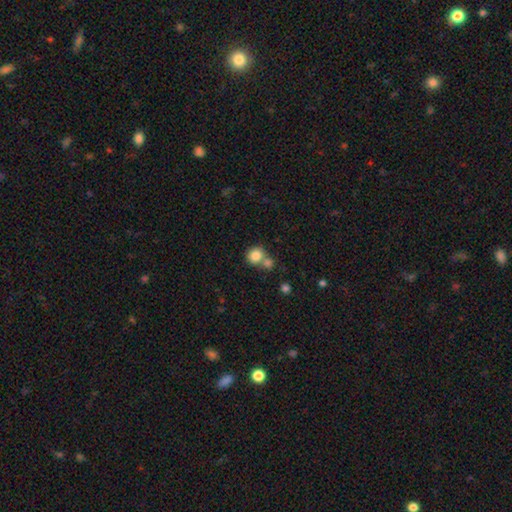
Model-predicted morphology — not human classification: A smooth galaxy with no disk features (82%) that is round (83%).

Vote fractions:
- Smooth or featured? smooth: 82% / star or artifact: 10% / featured or disk: 8%
- How rounded? round: 83% / in between: 16% / cigar-shaped: 1%
- Merging? none: 50% / merger: 39% / minor disturbance: 8% / major disturbance: 3%